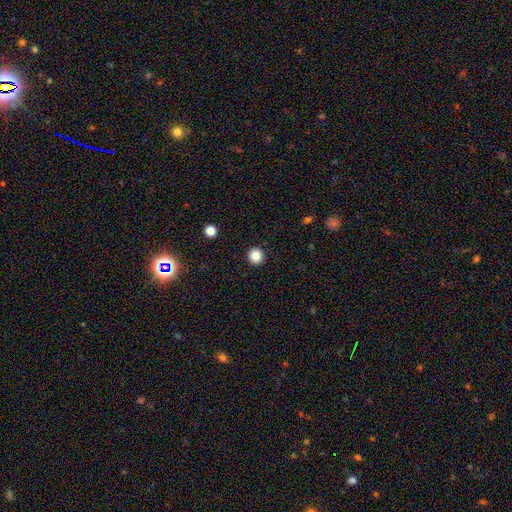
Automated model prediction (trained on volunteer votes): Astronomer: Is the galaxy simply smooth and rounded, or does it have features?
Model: smooth — 85%.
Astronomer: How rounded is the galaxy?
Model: round — 95%.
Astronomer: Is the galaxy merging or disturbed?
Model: none — 93%.